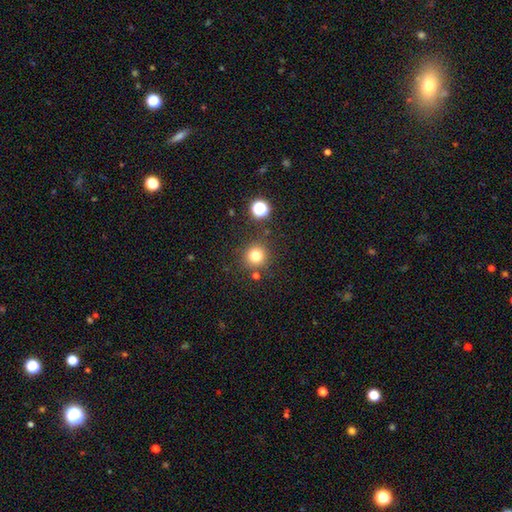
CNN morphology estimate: Smooth or featured: smooth — 78% (star or artifact — 15%)
How rounded: round — 94% (in between — 5%)
Merging: none — 84% (minor disturbance — 8%)